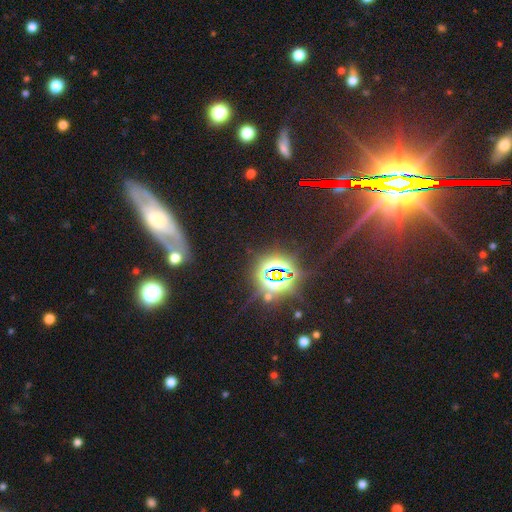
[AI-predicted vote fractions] Morphology: type=star or artifact (44%).